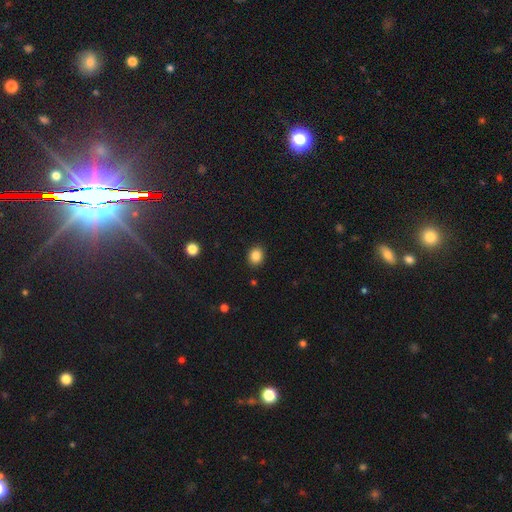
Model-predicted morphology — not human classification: smooth-or-featured: smooth: 86% | star or artifact: 10% | featured or disk: 4%
  how-rounded: round: 67% | in between: 32% | cigar-shaped: 1%
  merging: none: 90% | minor disturbance: 7% | major disturbance: 2% | merger: 1%